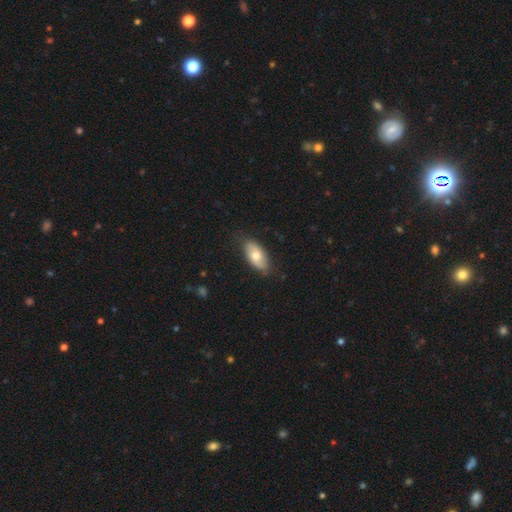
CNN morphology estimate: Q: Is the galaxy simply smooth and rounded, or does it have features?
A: smooth — 66%.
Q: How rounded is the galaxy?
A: in between — 92%.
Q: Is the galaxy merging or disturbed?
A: none — 79%.